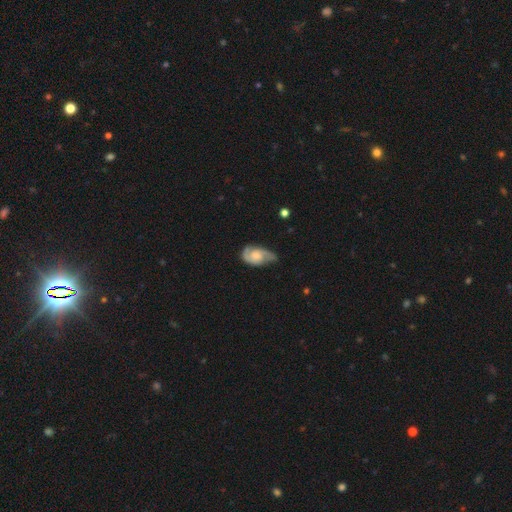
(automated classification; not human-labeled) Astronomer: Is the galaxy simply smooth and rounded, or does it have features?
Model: featured or disk — 77%.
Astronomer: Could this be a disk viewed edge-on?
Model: no — 96%.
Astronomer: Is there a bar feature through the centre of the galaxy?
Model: no — 65%.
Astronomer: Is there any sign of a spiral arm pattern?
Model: yes — 95%.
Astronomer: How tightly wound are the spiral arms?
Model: medium — 48% (runner-up: tight, 34%).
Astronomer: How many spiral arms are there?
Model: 2 — 83%.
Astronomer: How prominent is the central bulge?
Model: moderate — 41% (runner-up: small, 38%).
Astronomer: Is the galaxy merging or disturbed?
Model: none — 56%.